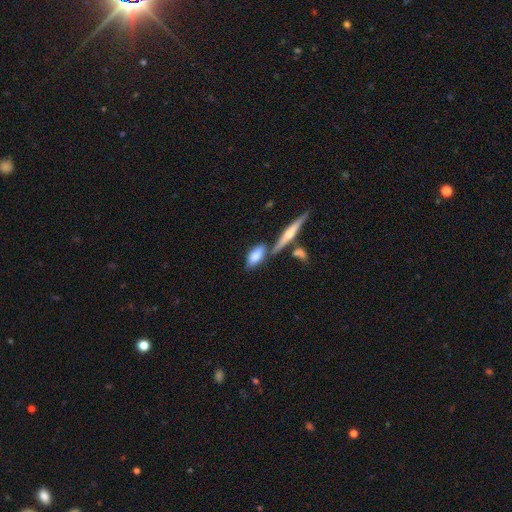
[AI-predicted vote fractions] smooth 72%, featured or disk 22%, star or artifact 7%. Down the decision tree: how rounded — in between (80%); merging — none (57%).